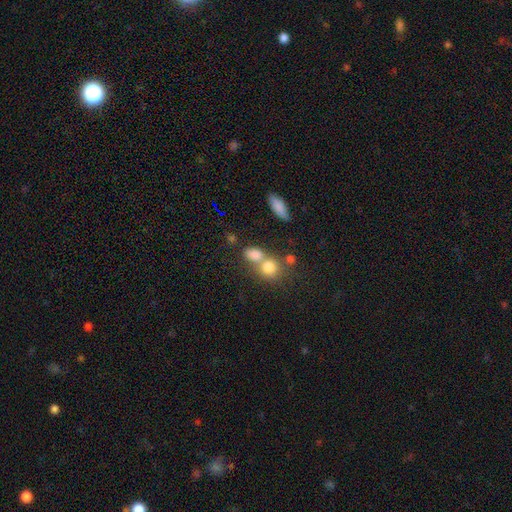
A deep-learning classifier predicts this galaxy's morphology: This is likely a smooth galaxy (76%). How rounded: likely round (63%). Merging: possibly merger (48%).